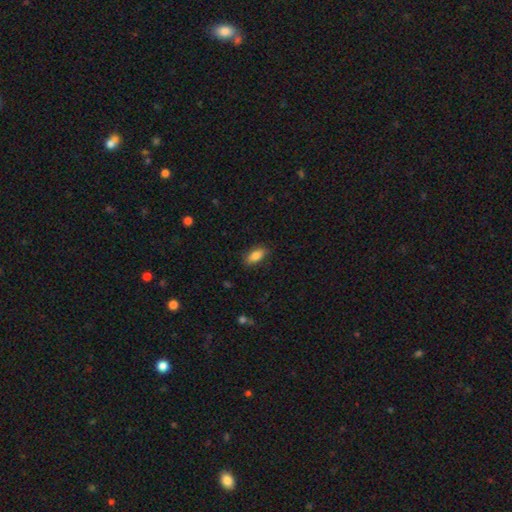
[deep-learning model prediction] smooth_or_featured: smooth (p=0.84) [alt: featured or disk p=0.08]
how_rounded: in between (p=0.87) [alt: cigar-shaped p=0.10]
merging: none (p=0.85) [alt: minor disturbance p=0.11]